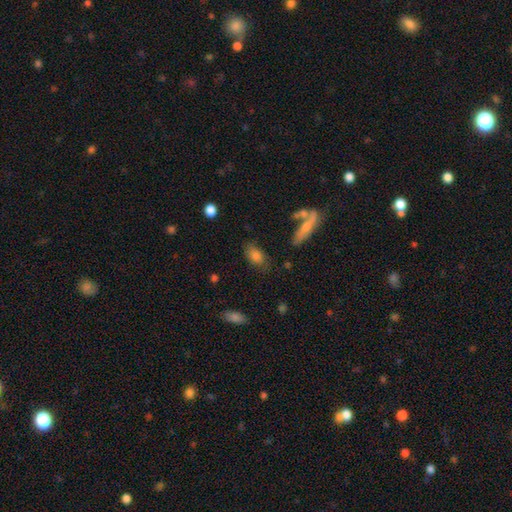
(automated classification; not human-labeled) A smooth galaxy with no disk features (76%) that is in between round and cigar-shaped (87%).

Vote fractions:
- Smooth or featured? smooth: 76% / featured or disk: 14% / star or artifact: 9%
- How rounded? in between: 87% / round: 8% / cigar-shaped: 4%
- Merging? none: 66% / minor disturbance: 20% / major disturbance: 8% / merger: 6%